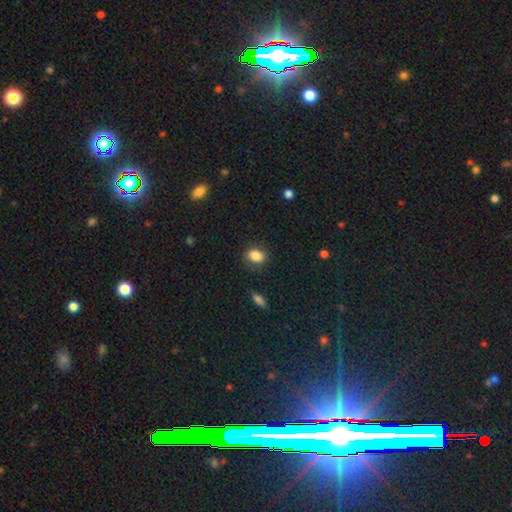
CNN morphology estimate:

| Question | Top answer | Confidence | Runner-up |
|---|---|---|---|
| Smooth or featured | smooth | 85% | star or artifact (9%) |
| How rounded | in between | 64% | round (35%) |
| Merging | none | 81% | minor disturbance (14%) |